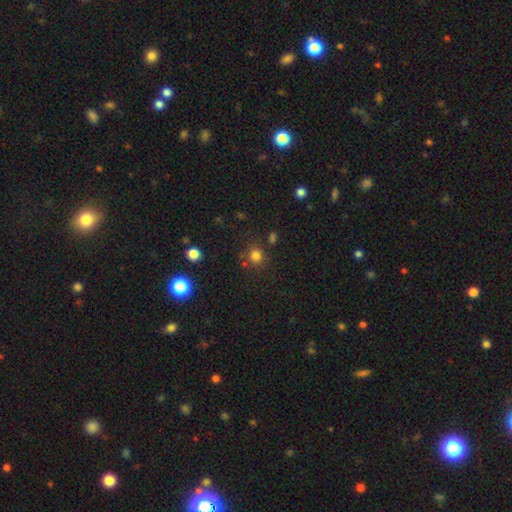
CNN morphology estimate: Q: Smooth or featured?
A: smooth (78%); runner-up: star or artifact (16%)
Q: How rounded?
A: round (88%); runner-up: in between (11%)
Q: Merging?
A: none (79%); runner-up: minor disturbance (11%)